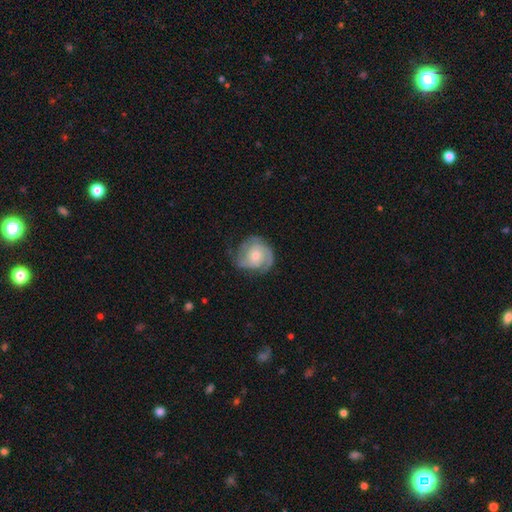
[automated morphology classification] smooth_or_featured: featured or disk (p=0.79) [alt: smooth p=0.16]
disk_edge_on: no (p=0.98) [alt: yes p=0.02]
bar: no (p=0.72) [alt: weak p=0.24]
has_spiral_arms: yes (p=0.95) [alt: no p=0.05]
spiral_winding: tight (p=0.55) [alt: medium p=0.35]
spiral_arm_count: 2 (p=0.47) [alt: 3 p=0.24]
bulge_size: small (p=0.48) [alt: moderate p=0.46]
merging: none (p=0.67) [alt: minor disturbance p=0.22]